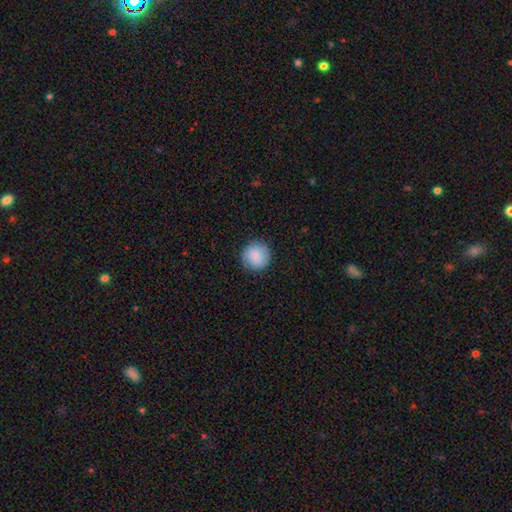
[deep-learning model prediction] smooth 84%, featured or disk 9%, star or artifact 7%. Down the decision tree: how rounded — round (94%); merging — none (86%).